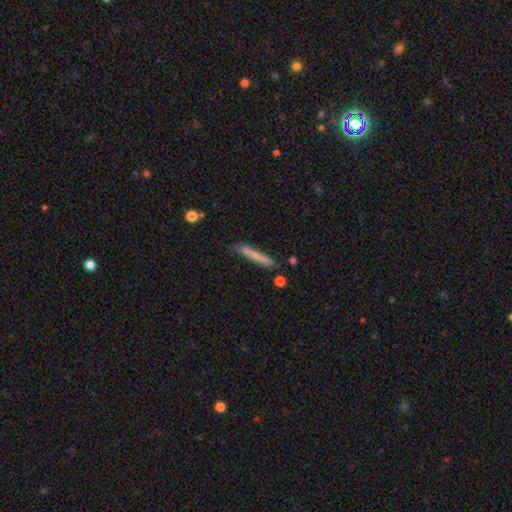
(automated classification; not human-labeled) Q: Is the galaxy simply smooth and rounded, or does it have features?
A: smooth — 70%.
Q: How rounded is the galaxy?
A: cigar-shaped — 95%.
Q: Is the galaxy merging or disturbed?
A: none — 73%.